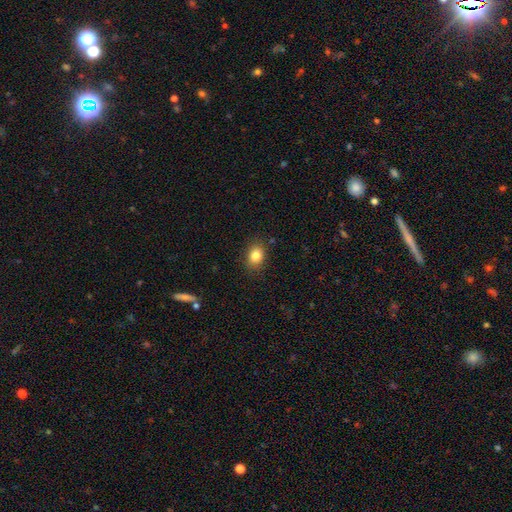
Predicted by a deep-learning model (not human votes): A smooth galaxy with no disk features (83%) that is in between round and cigar-shaped (61%). Merging: none (85%).